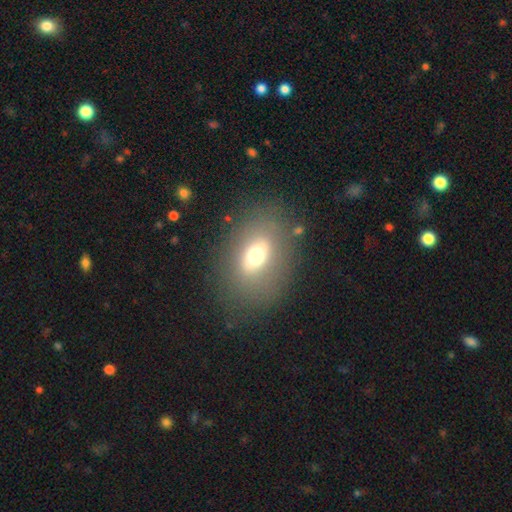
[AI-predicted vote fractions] Morphology: type=smooth (61%); roundness=in between (69%); merging=none (78%).